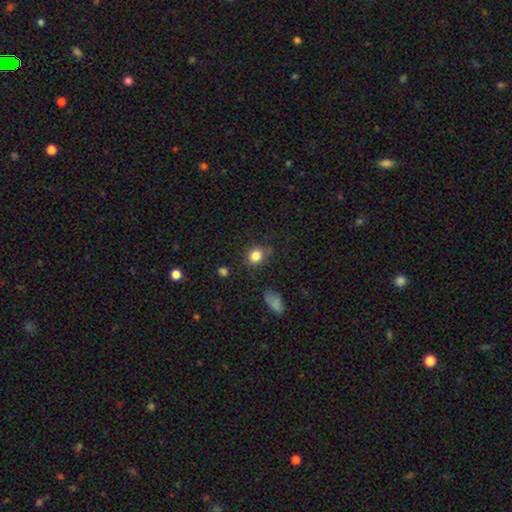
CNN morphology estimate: smooth-or-featured: smooth: 84% | star or artifact: 11% | featured or disk: 6%
  how-rounded: round: 63% | in between: 36% | cigar-shaped: 1%
  merging: none: 76% | minor disturbance: 16% | major disturbance: 5% | merger: 3%